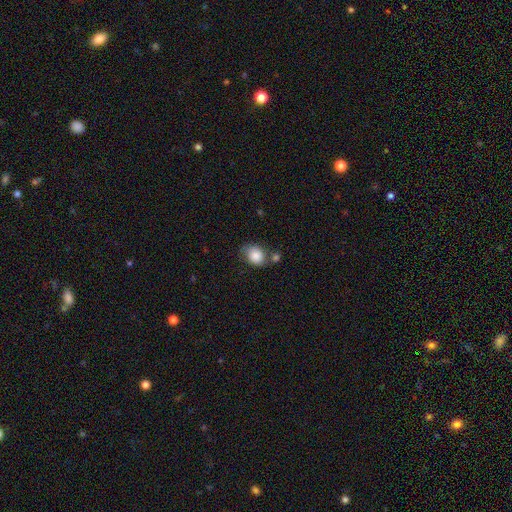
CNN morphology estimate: The model was most divided on "how rounded": round: 57%, in between: 42%, cigar-shaped: 1%. More confident: smooth or featured — smooth (84%); merging — none (53%).